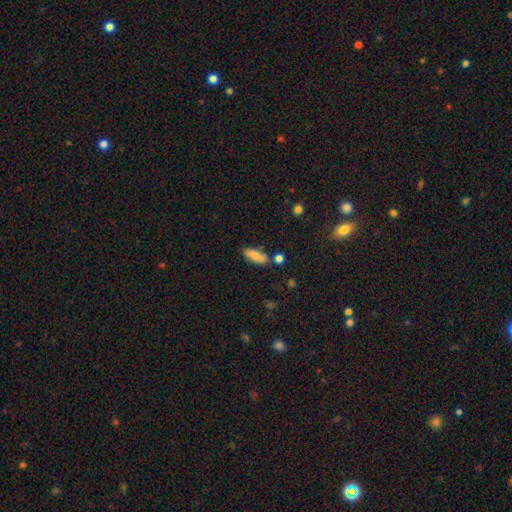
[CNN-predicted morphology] smooth 82%, featured or disk 11%, star or artifact 7%. Down the decision tree: how rounded — in between (65%); merging — none (76%).